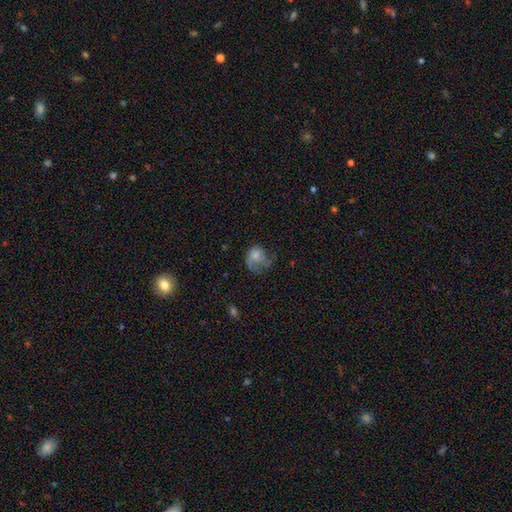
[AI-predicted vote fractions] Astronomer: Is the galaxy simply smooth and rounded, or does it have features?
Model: smooth — 52% (runner-up: featured or disk, 38%).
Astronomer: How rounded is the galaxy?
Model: round — 58% (runner-up: in between, 41%).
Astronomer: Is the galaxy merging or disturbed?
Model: major disturbance — 44% (runner-up: none, 29%).